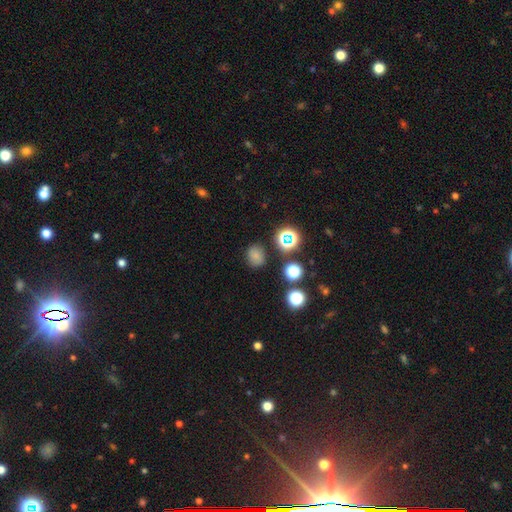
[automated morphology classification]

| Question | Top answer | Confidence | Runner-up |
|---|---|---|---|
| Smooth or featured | smooth | 72% | star or artifact (20%) |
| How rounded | round | 62% | in between (37%) |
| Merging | none | 81% | minor disturbance (12%) |